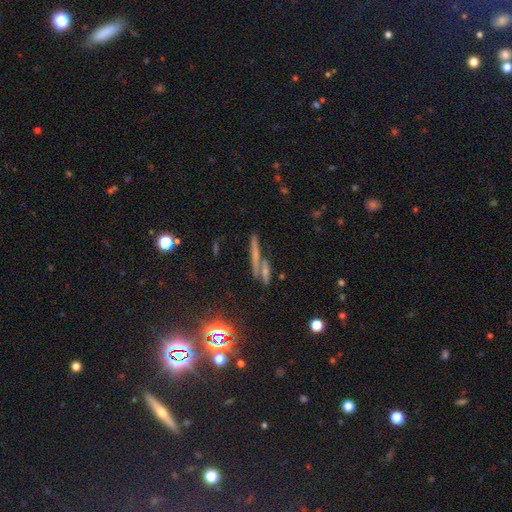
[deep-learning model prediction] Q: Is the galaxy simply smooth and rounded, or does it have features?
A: smooth — 35%.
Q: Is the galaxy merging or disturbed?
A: none — 54%.